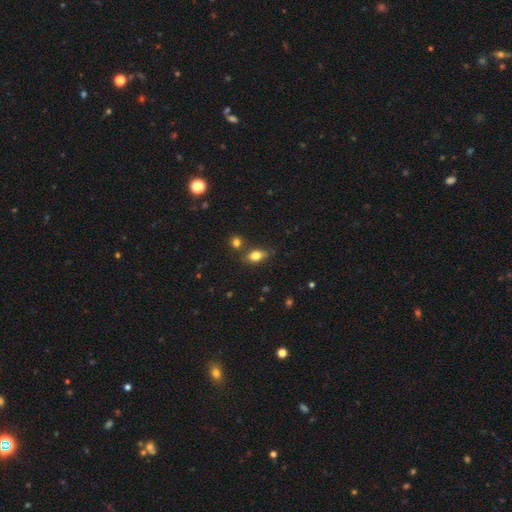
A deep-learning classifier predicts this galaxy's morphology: The model was most divided on "merging": none: 73%, minor disturbance: 14%, merger: 9%, major disturbance: 3%. More confident: how rounded — in between (82%); smooth or featured — smooth (78%).